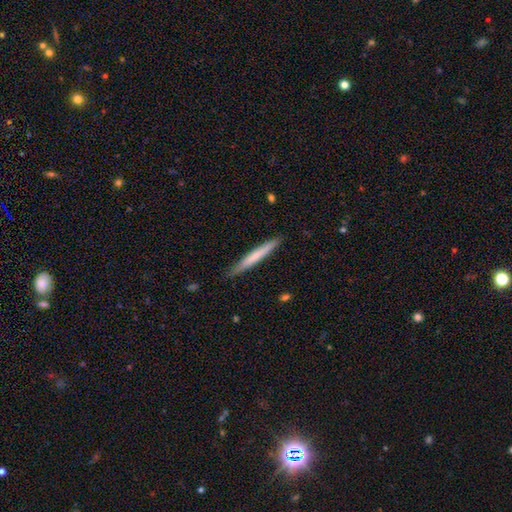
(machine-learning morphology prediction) smooth_or_featured: smooth (p=0.64) [alt: featured or disk p=0.30]
how_rounded: cigar-shaped (p=0.97) [alt: in between p=0.02]
merging: none (p=0.87) [alt: minor disturbance p=0.10]